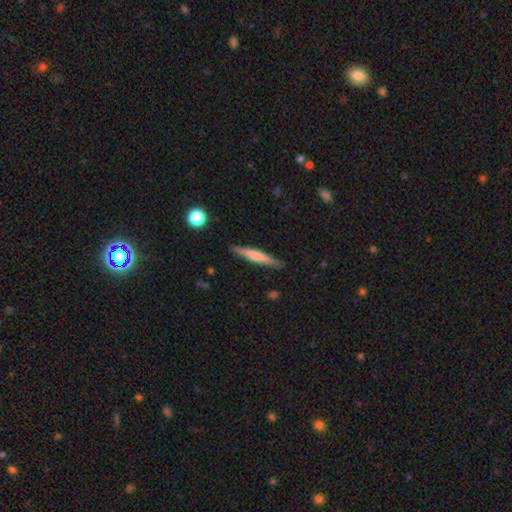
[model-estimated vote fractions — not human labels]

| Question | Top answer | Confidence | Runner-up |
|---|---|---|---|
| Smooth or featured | smooth | 50% | featured or disk (45%) |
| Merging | none | 88% | minor disturbance (9%) |